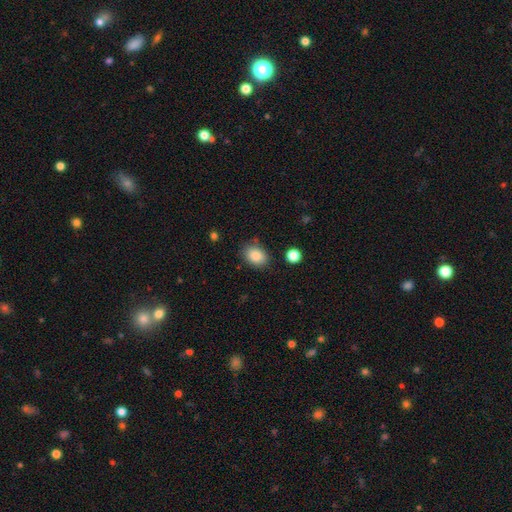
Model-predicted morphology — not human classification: Smooth or featured?
  - smooth: 86% *
  - star or artifact: 8%
  - featured or disk: 6%
How rounded?
  - in between: 75% *
  - round: 24%
  - cigar-shaped: 1%
Merging?
  - none: 80% *
  - minor disturbance: 13%
  - major disturbance: 4%
  - merger: 3%